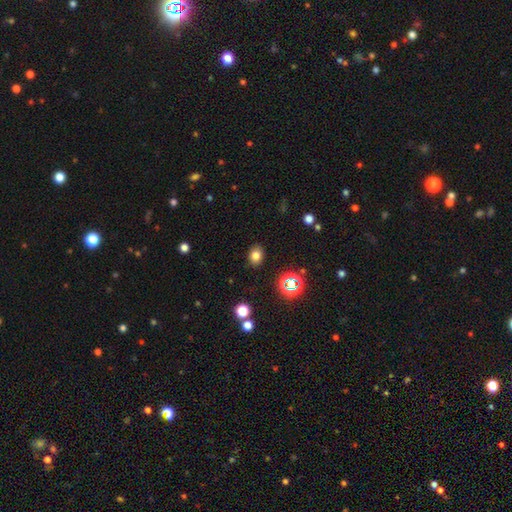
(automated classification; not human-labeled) Overall: smooth (77%). How rounded: in between (58%; round 41%). Merging: none (87%).